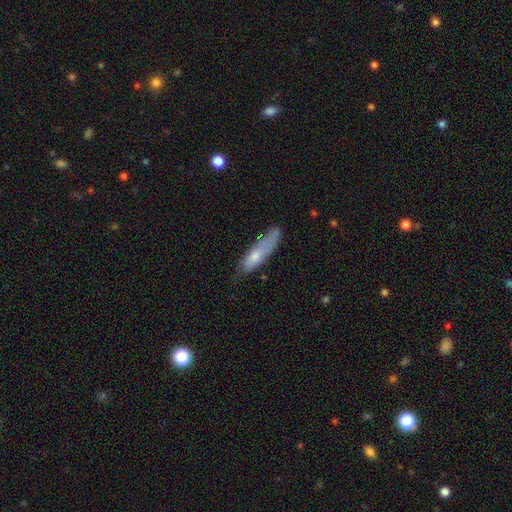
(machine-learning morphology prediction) Q: Smooth or featured?
A: smooth (67%); runner-up: featured or disk (26%)
Q: How rounded?
A: cigar-shaped (74%); runner-up: in between (24%)
Q: Merging?
A: none (55%); runner-up: minor disturbance (31%)